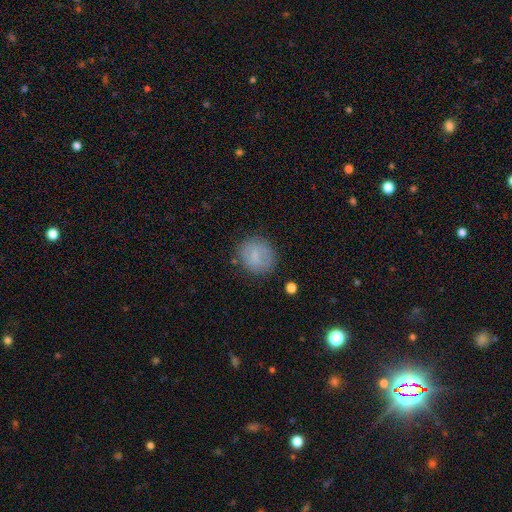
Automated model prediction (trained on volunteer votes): Smooth or featured?
  - smooth: 70% *
  - featured or disk: 22%
  - star or artifact: 8%
How rounded?
  - round: 76% *
  - in between: 23%
  - cigar-shaped: 1%
Merging?
  - none: 80% *
  - minor disturbance: 13%
  - major disturbance: 5%
  - merger: 2%